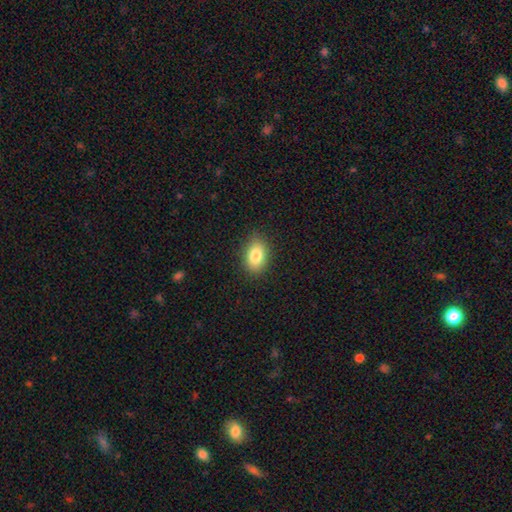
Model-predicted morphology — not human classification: type=smooth (83%); roundness=in between (82%); merging=none (86%).